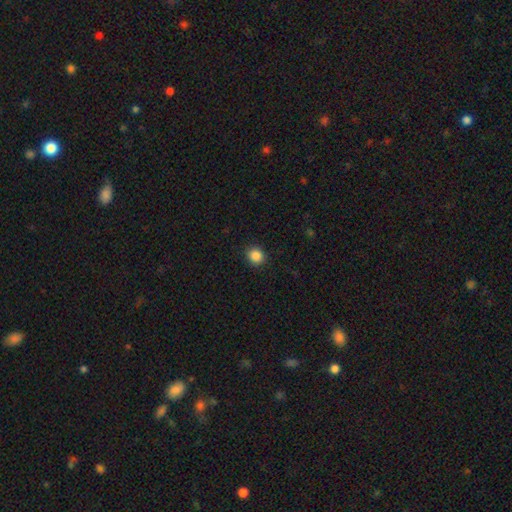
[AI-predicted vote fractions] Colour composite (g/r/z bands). It shows a smooth galaxy with no disk features (87%) that is round (86%). Merging: none (91%).